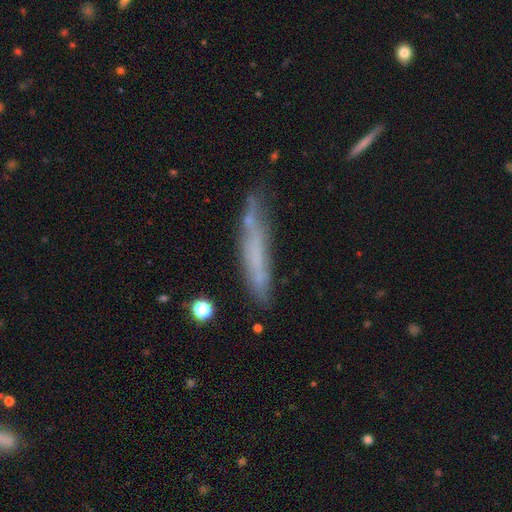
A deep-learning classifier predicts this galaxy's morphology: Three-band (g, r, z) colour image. It shows a smooth galaxy with no disk features (49%). Merging: none (66%).